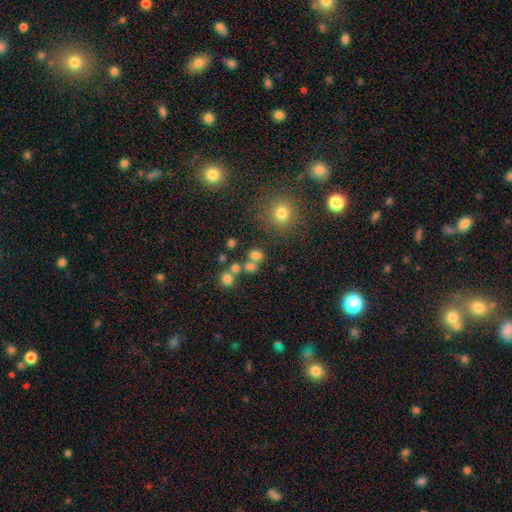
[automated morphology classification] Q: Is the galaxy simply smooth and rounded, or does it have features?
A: smooth — 68%.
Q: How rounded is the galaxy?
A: round — 65%.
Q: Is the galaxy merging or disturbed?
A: none — 54%.